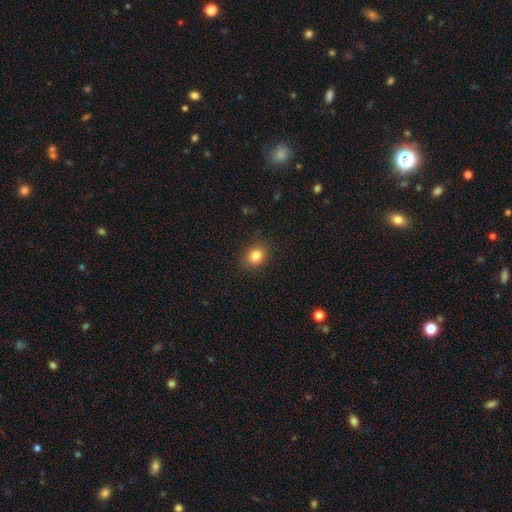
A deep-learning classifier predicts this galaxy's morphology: Smooth or featured: smooth — 85% (star or artifact — 10%)
How rounded: round — 57% (in between — 42%)
Merging: none — 85% (minor disturbance — 11%)